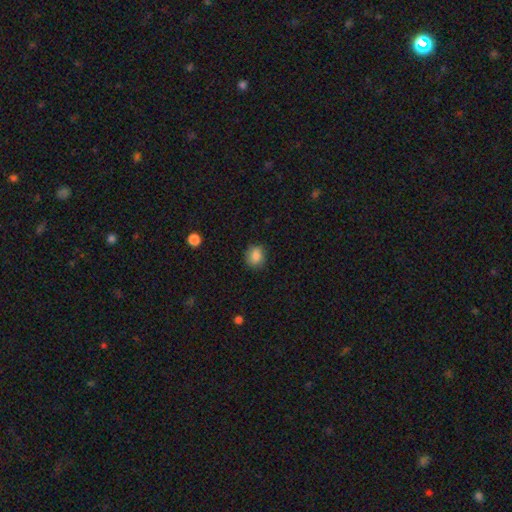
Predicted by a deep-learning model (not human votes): A smooth galaxy with no disk features (86%) that is round (67%).

Vote fractions:
- Smooth or featured? smooth: 86% / star or artifact: 9% / featured or disk: 5%
- How rounded? round: 67% / in between: 32% / cigar-shaped: 1%
- Merging? none: 85% / minor disturbance: 11% / major disturbance: 3% / merger: 1%